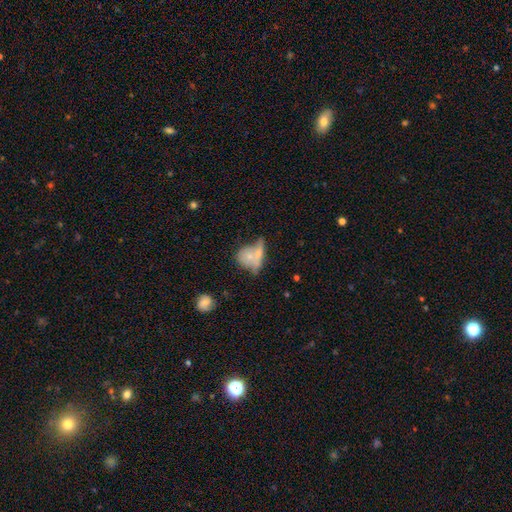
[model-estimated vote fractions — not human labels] smooth_or_featured: smooth (p=0.60) [alt: featured or disk p=0.30]
how_rounded: in between (p=0.55) [alt: round p=0.38]
merging: merger (p=0.48) [alt: none p=0.29]